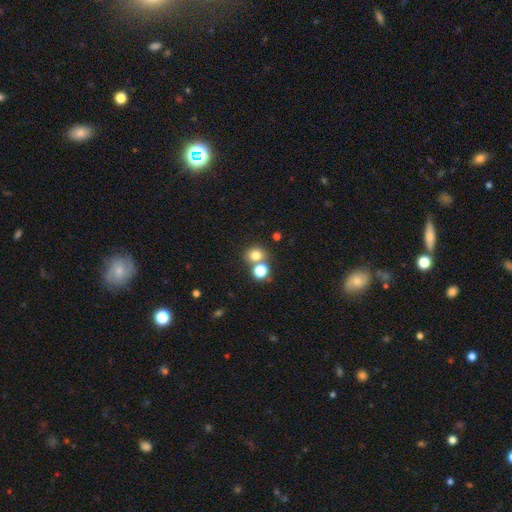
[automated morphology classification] Smooth or featured? smooth (76%)
How rounded? round (81%)
Merging? none (59%)